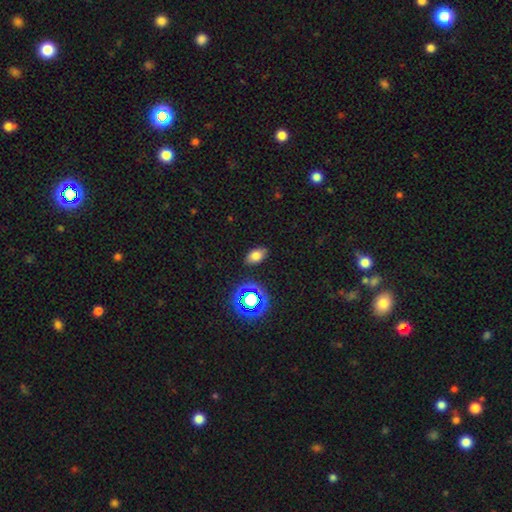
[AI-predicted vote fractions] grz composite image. It shows a smooth galaxy with no disk features (72%) that is in between round and cigar-shaped (89%). Merging: none (86%).